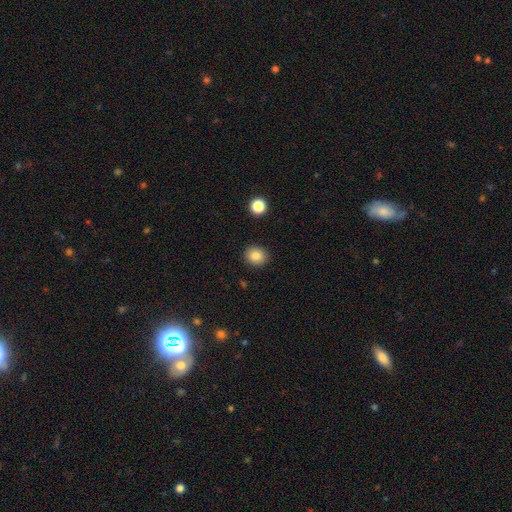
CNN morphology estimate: This is clearly a smooth galaxy (85%). How rounded: likely round (74%). Merging: clearly none (89%).